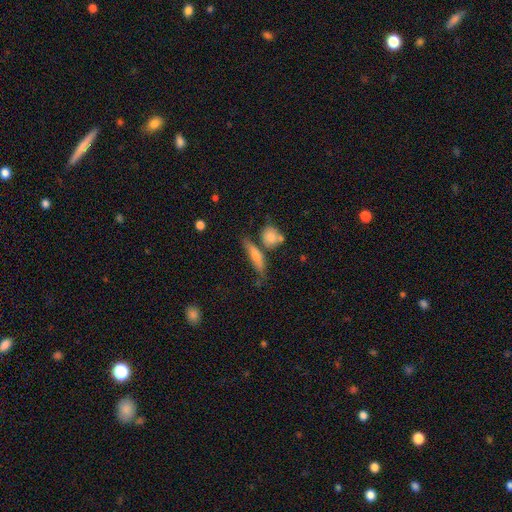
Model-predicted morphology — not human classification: smooth-or-featured: smooth: 66% | featured or disk: 27% | star or artifact: 8%
  how-rounded: cigar-shaped: 66% | in between: 29% | round: 5%
  merging: none: 53% | minor disturbance: 21% | merger: 17% | major disturbance: 9%